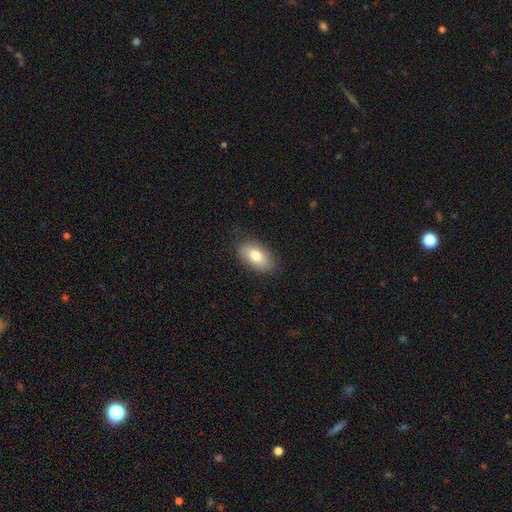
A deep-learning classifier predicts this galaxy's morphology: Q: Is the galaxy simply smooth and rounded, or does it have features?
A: smooth — 78%.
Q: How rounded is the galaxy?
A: in between — 92%.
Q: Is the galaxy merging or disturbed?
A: none — 82%.